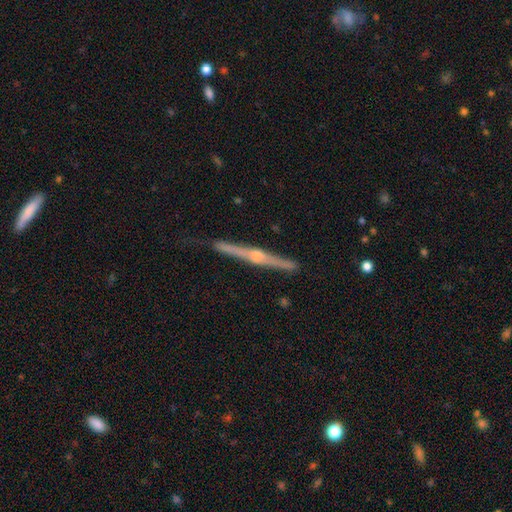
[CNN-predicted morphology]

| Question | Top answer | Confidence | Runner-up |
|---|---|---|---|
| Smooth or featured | featured or disk | 83% | smooth (12%) |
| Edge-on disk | yes | 98% | no (2%) |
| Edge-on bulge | rounded | 89% | none (7%) |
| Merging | none | 84% | minor disturbance (13%) |